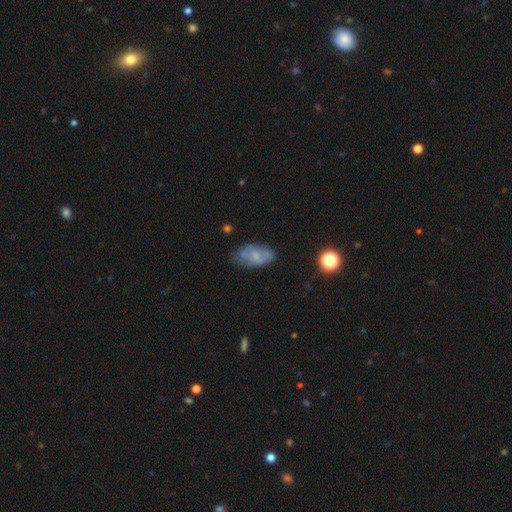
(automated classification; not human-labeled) smooth_or_featured: smooth (p=0.47) [alt: featured or disk p=0.43]
merging: none (p=0.58) [alt: minor disturbance p=0.26]